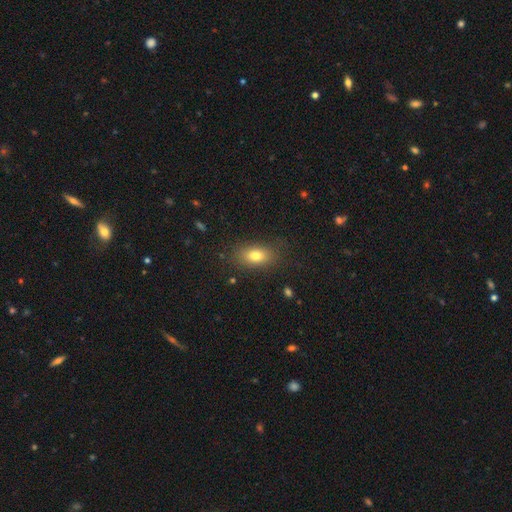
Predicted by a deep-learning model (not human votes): A smooth galaxy with no disk features (78%) that is in between round and cigar-shaped (84%). Merging: none (82%).